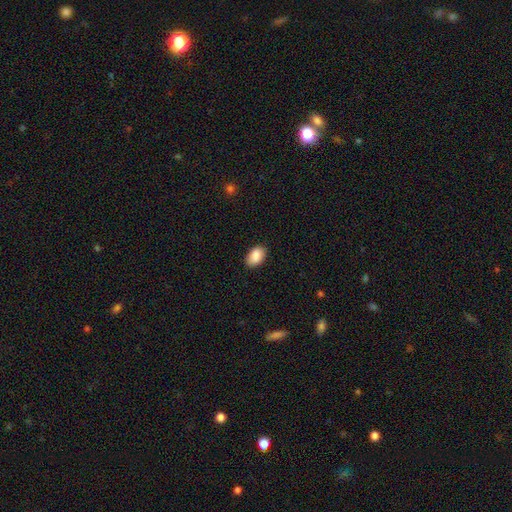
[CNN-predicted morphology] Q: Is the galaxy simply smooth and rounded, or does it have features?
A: smooth — 90%.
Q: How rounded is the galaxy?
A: in between — 90%.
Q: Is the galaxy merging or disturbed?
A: none — 87%.